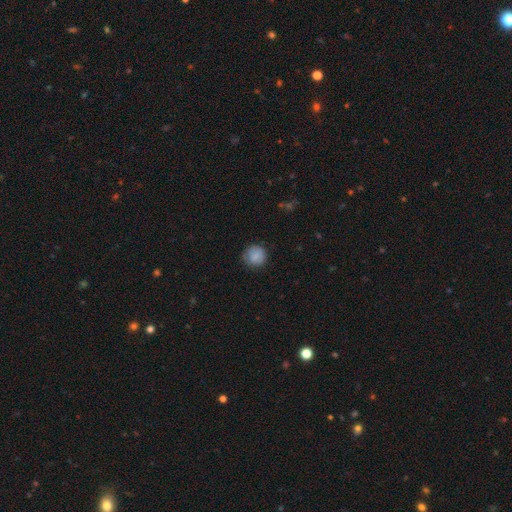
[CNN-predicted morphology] Smooth or featured?
  - smooth: 84% *
  - star or artifact: 8%
  - featured or disk: 7%
How rounded?
  - round: 92% *
  - in between: 7%
  - cigar-shaped: 1%
Merging?
  - none: 80% *
  - minor disturbance: 15%
  - major disturbance: 4%
  - merger: 1%